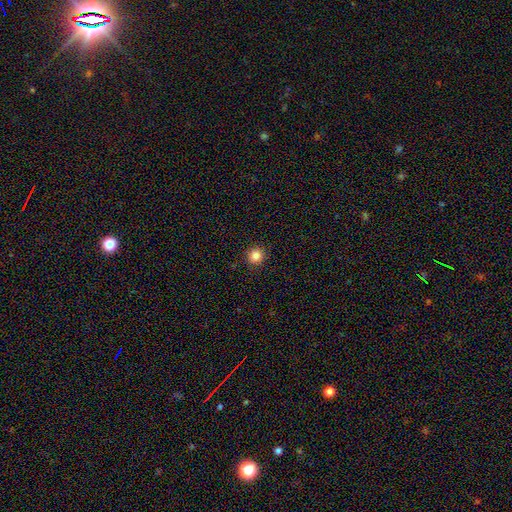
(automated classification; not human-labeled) smooth 84%, star or artifact 12%, featured or disk 4%. Down the decision tree: how rounded — round (92%); merging — none (92%).